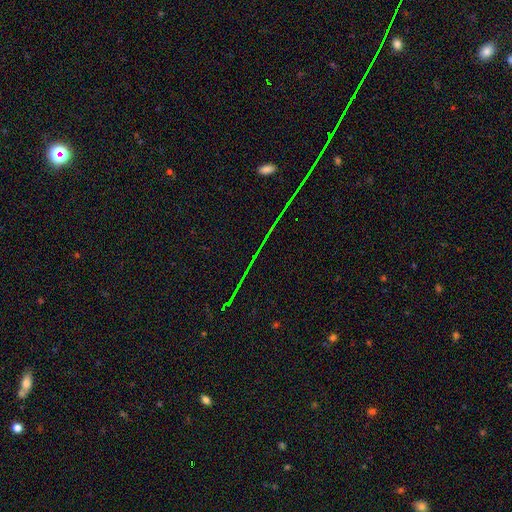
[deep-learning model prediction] Overall: star or artifact (81%).